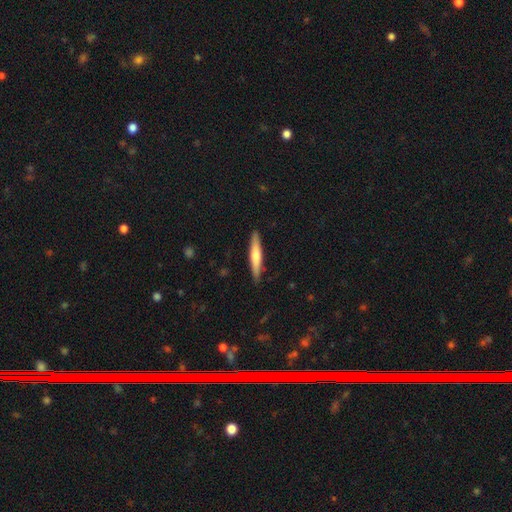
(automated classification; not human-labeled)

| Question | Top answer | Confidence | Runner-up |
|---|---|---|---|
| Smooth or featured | smooth | 52% | featured or disk (43%) |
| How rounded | cigar-shaped | 92% | in between (7%) |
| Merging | none | 89% | minor disturbance (8%) |